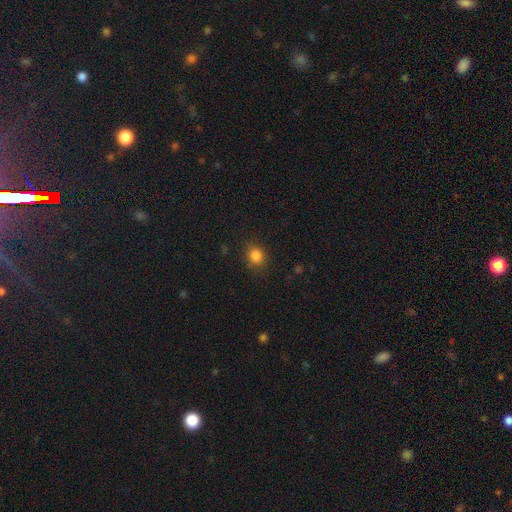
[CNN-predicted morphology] Overall: smooth (83%). How rounded: round (78%). Merging: none (85%).